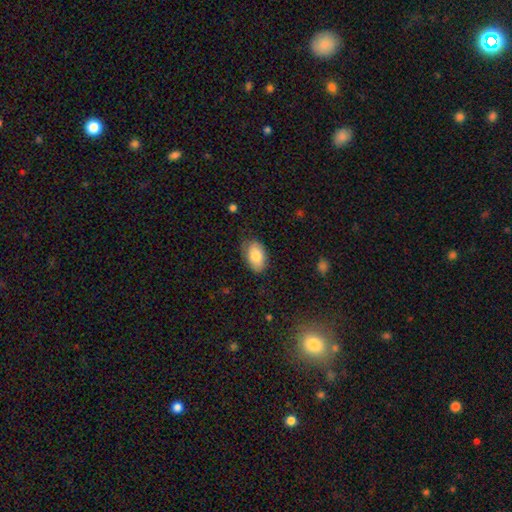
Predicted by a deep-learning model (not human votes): Smooth or featured? Predicted: smooth (p=0.81). How rounded? Predicted: in between (p=0.92). Merging? Predicted: none (p=0.71).